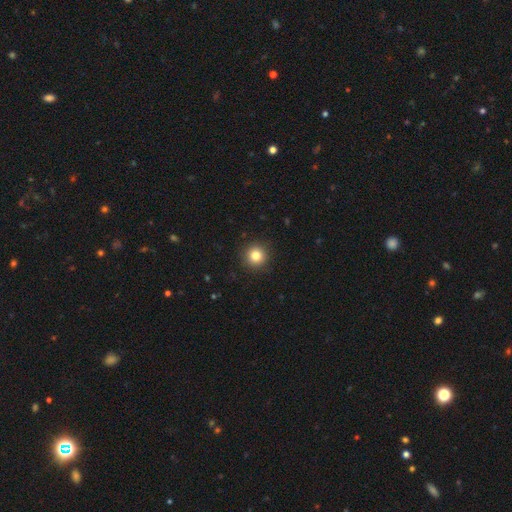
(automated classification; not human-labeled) Overall: smooth (82%). How rounded: round (95%). Merging: none (92%).